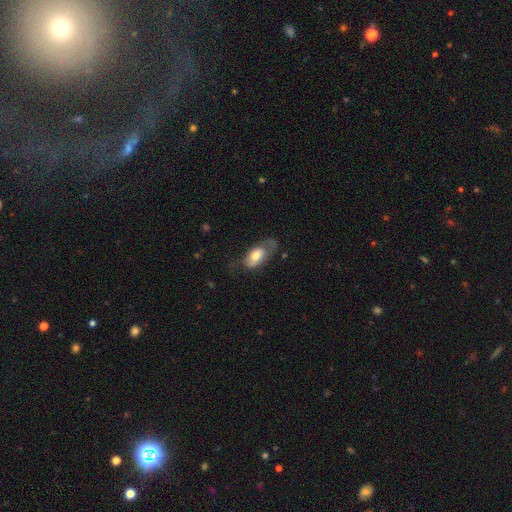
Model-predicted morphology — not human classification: Smooth or featured? Predicted: smooth (p=0.60). How rounded? Predicted: in between (p=0.90). Merging? Predicted: none (p=0.44).